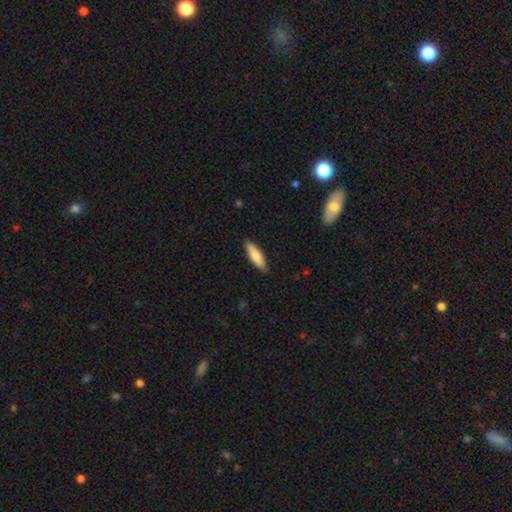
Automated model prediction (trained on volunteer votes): smooth_or_featured: smooth (p=0.75) [alt: featured or disk p=0.20]
how_rounded: cigar-shaped (p=0.58) [alt: in between p=0.40]
merging: none (p=0.88) [alt: minor disturbance p=0.10]